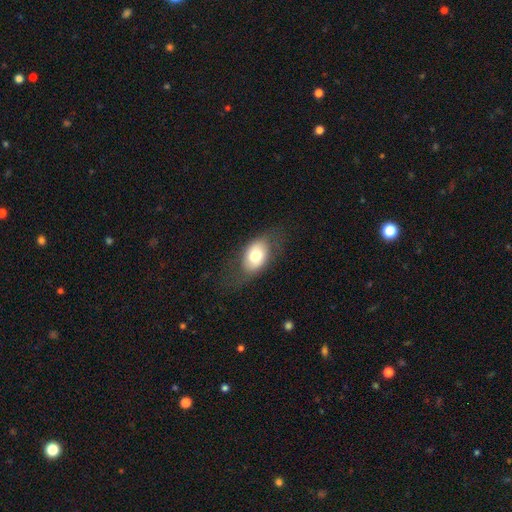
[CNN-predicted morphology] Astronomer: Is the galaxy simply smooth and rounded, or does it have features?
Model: smooth — 67%.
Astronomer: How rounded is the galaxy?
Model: in between — 85%.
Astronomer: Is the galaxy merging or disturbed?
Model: none — 66%.